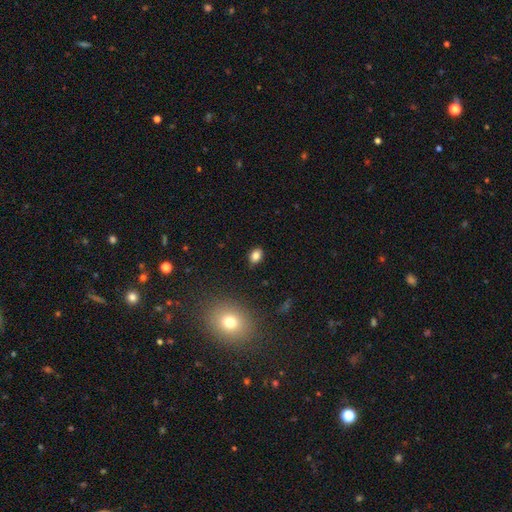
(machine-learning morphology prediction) smooth_or_featured: smooth (p=0.82) [alt: star or artifact p=0.11]
how_rounded: in between (p=0.76) [alt: round p=0.22]
merging: none (p=0.85) [alt: minor disturbance p=0.11]